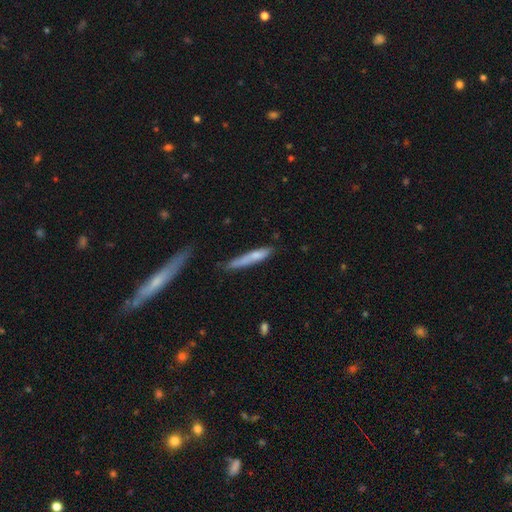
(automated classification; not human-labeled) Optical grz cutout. It shows a smooth galaxy with no disk features (63%) that is cigar-shaped (91%). Merging: none (64%).